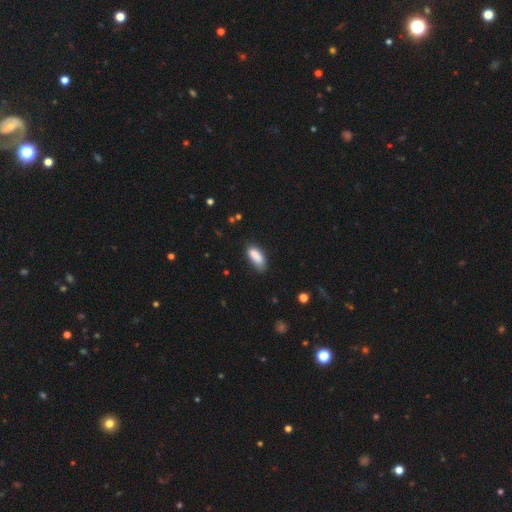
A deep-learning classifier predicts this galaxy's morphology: This appears to be a smooth galaxy with no disk features (87%) that is in between round and cigar-shaped (81%). Merging: none (65%).